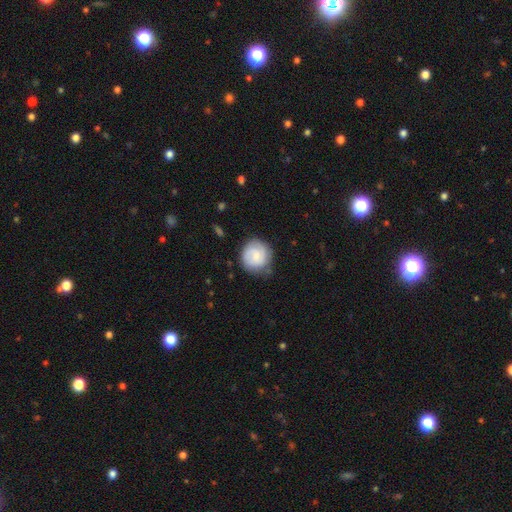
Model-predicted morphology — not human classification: Overall: featured or disk (49%; smooth 45%). Merging: none (75%).